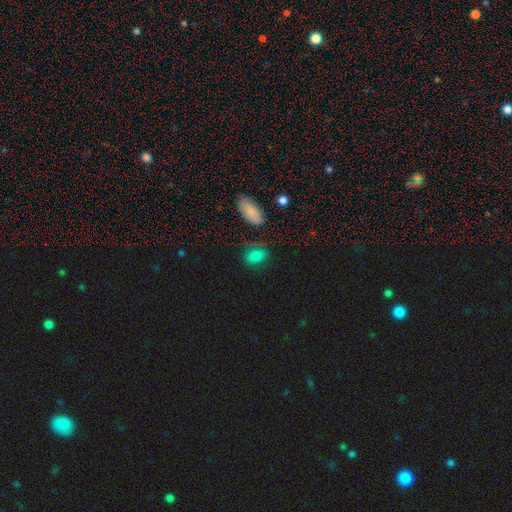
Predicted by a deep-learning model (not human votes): A smooth galaxy with no disk features (78%) that is in between round and cigar-shaped (76%).

Vote fractions:
- Smooth or featured? smooth: 78% / star or artifact: 15% / featured or disk: 8%
- How rounded? in between: 76% / round: 21% / cigar-shaped: 3%
- Merging? none: 75% / minor disturbance: 16% / major disturbance: 5% / merger: 5%